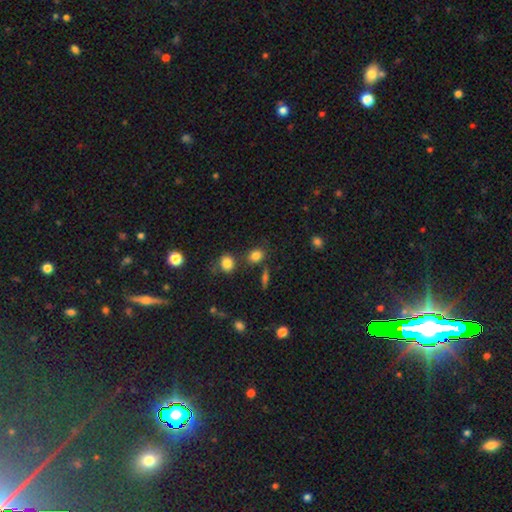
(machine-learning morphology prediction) Smooth or featured: smooth — 82% (star or artifact — 12%)
How rounded: round — 52% (in between — 46%)
Merging: none — 71% (merger — 13%)